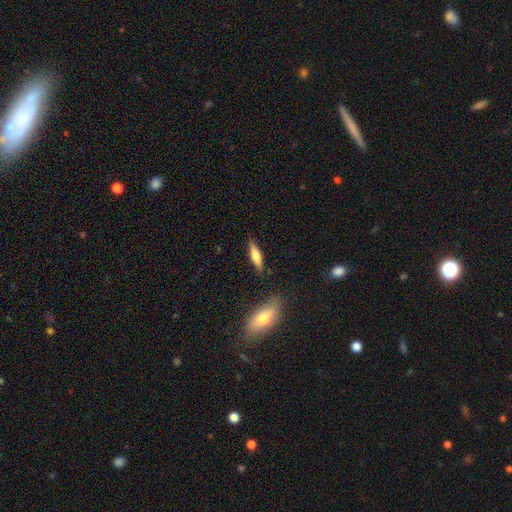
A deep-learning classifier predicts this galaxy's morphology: type=smooth (65%); roundness=cigar-shaped (65%); merging=none (82%).